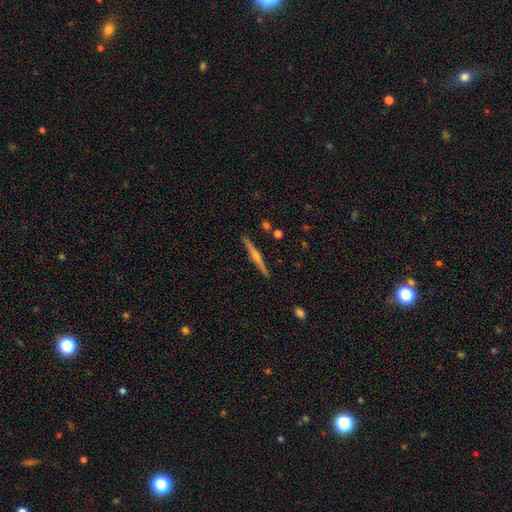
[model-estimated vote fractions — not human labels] Q: Smooth or featured?
A: featured or disk (79%); runner-up: smooth (15%)
Q: Edge-on disk?
A: yes (98%); runner-up: no (2%)
Q: Edge-on bulge?
A: rounded (88%); runner-up: none (7%)
Q: Merging?
A: none (92%); runner-up: minor disturbance (6%)